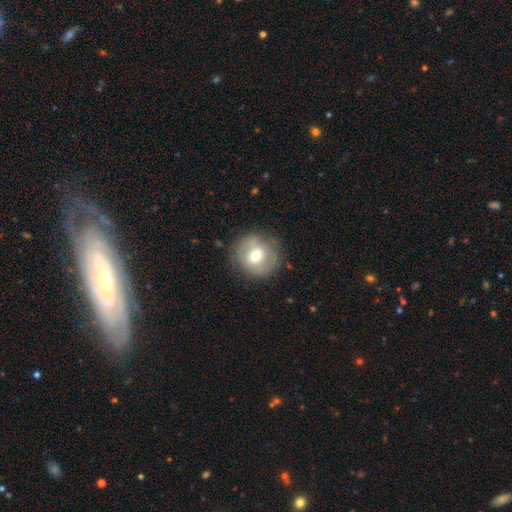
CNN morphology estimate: Overall: smooth (59%; featured or disk 32%). How rounded: round (89%). Merging: none (80%).